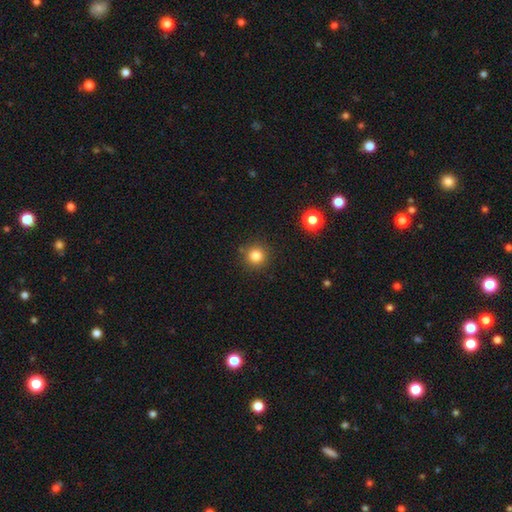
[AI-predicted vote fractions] Smooth or featured: smooth — 82% (star or artifact — 13%)
How rounded: round — 94% (in between — 5%)
Merging: none — 88% (minor disturbance — 7%)